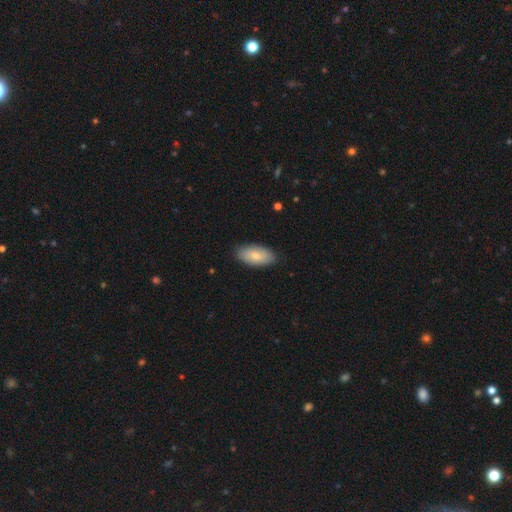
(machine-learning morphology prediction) Smooth or featured: smooth — 77% (featured or disk — 17%)
How rounded: in between — 93% (cigar-shaped — 4%)
Merging: none — 86% (minor disturbance — 11%)